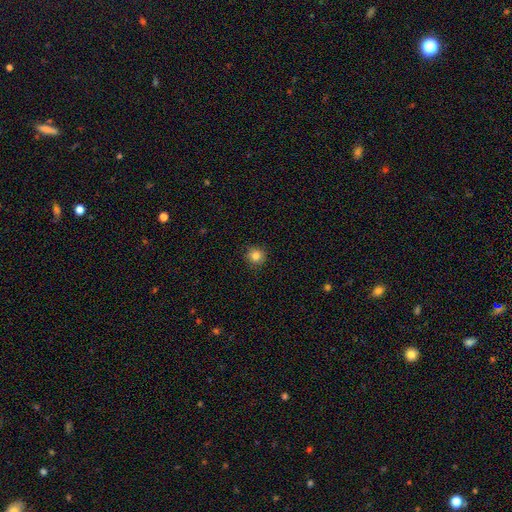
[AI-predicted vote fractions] Smooth or featured: smooth — 83% (star or artifact — 12%)
How rounded: round — 94% (in between — 5%)
Merging: none — 91% (minor disturbance — 6%)